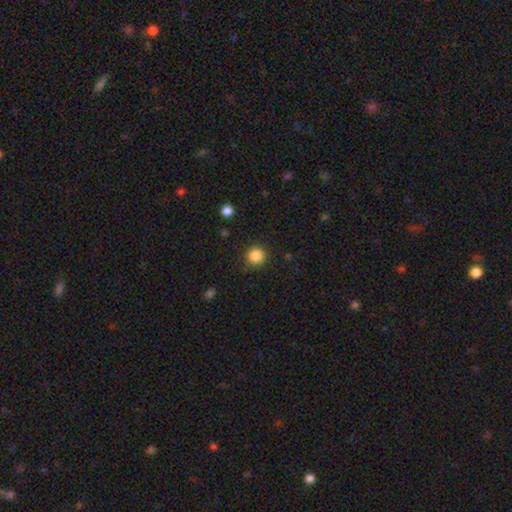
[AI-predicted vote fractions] smooth_or_featured: smooth (p=0.86) [alt: star or artifact p=0.11]
how_rounded: round (p=0.94) [alt: in between p=0.05]
merging: none (p=0.87) [alt: minor disturbance p=0.09]